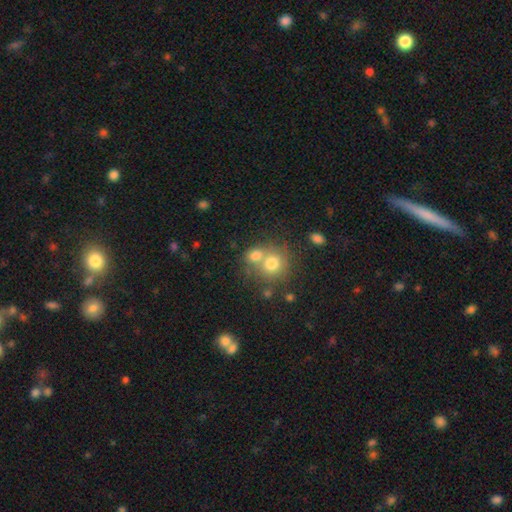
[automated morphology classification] type=smooth (75%); roundness=round (70%); merging=merger (54%).